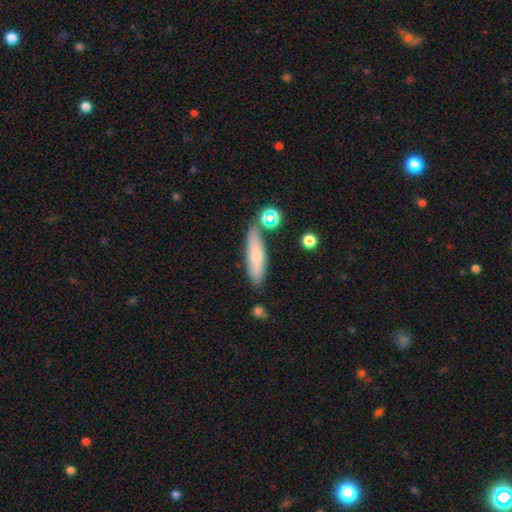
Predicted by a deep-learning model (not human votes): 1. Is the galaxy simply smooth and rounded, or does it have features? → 67% smooth, 25% featured or disk, 8% star or artifact.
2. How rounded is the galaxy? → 74% cigar-shaped, 24% in between, 3% round.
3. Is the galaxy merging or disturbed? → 75% none, 15% minor disturbance, 7% merger, 3% major disturbance.